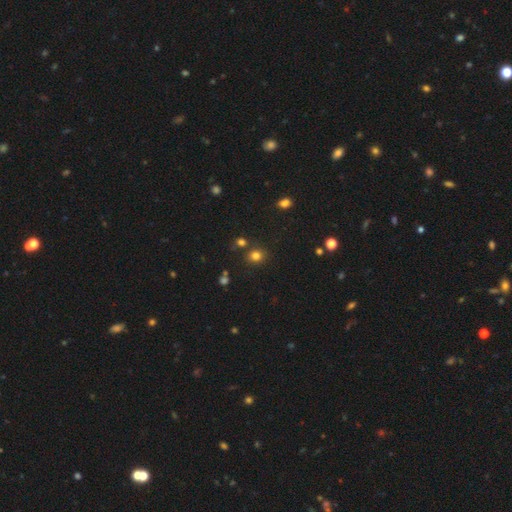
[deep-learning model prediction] Overall: smooth (78%). How rounded: round (79%). Merging: none (80%).